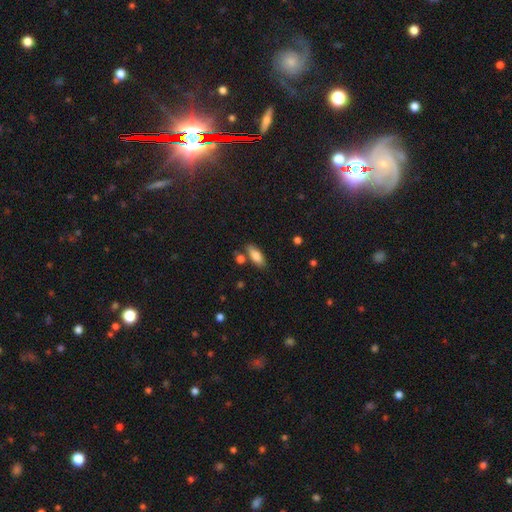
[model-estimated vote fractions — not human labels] A smooth galaxy with no disk features (82%) that is in between round and cigar-shaped (75%).

Vote fractions:
- Smooth or featured? smooth: 82% / featured or disk: 11% / star or artifact: 7%
- How rounded? in between: 75% / cigar-shaped: 23% / round: 2%
- Merging? none: 77% / minor disturbance: 13% / merger: 7% / major disturbance: 3%